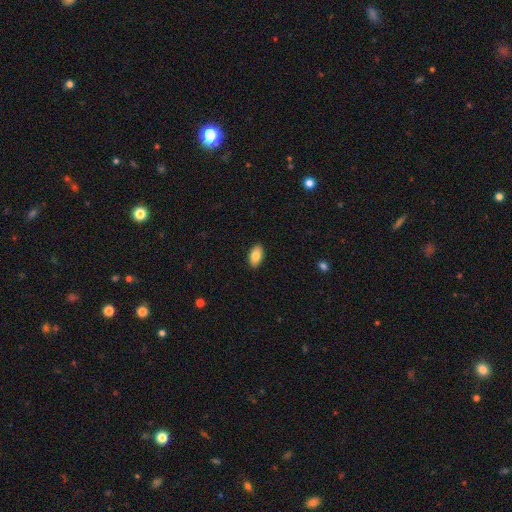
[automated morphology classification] Smooth or featured?
  - smooth: 84% *
  - featured or disk: 9%
  - star or artifact: 7%
How rounded?
  - in between: 94% *
  - round: 4%
  - cigar-shaped: 3%
Merging?
  - none: 90% *
  - minor disturbance: 7%
  - major disturbance: 2%
  - merger: 1%